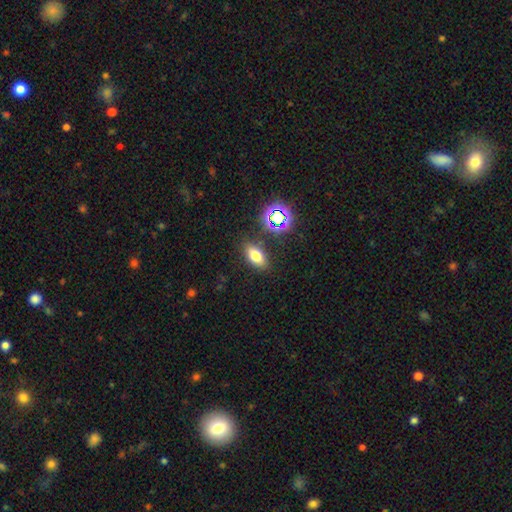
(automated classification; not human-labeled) Smooth or featured? smooth (69%)
How rounded? in between (82%)
Merging? none (84%)